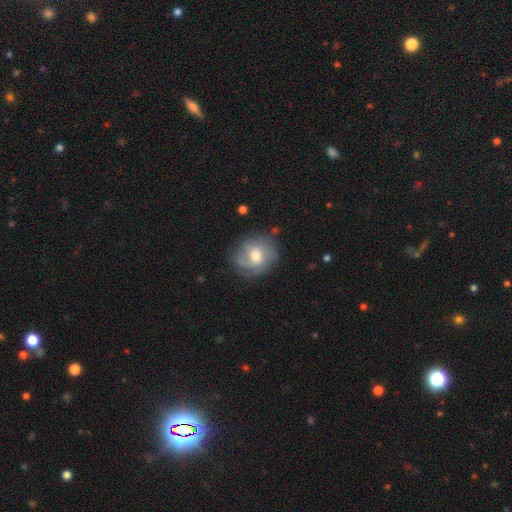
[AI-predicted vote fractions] Morphology: type=featured or disk (51%); edge-on=no (97%); merging=none (67%).